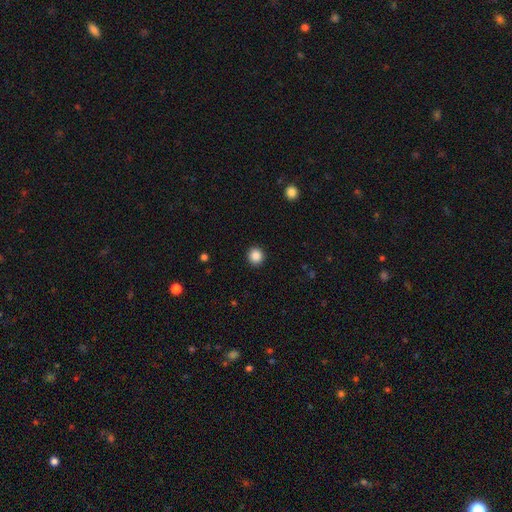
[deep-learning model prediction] Overall: smooth (87%). How rounded: round (93%). Merging: none (93%).